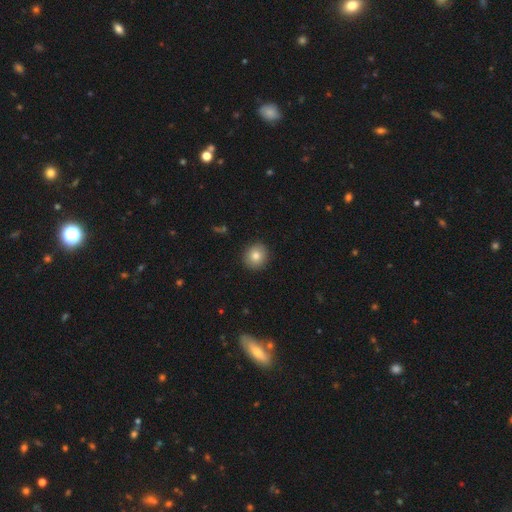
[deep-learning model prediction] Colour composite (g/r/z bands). It shows a smooth galaxy with no disk features (81%) that is round (89%). Merging: none (91%).